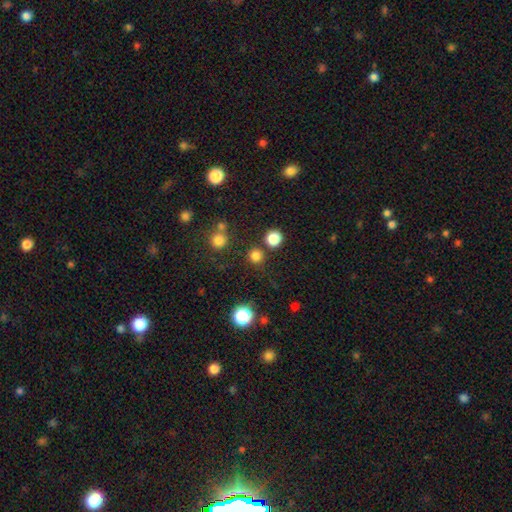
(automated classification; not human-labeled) A smooth galaxy with no disk features (79%) that is round (92%). Merging: none (81%).